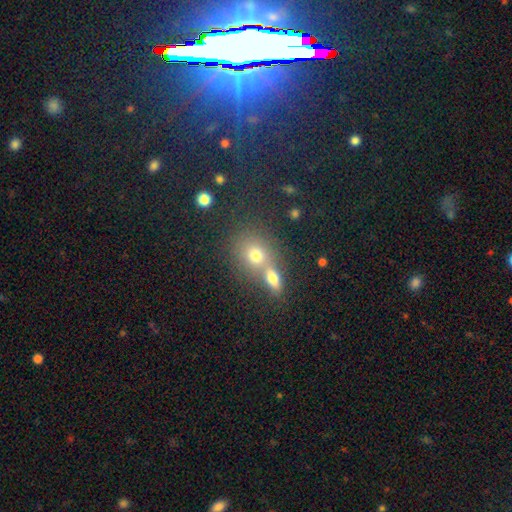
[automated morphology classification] Overall: smooth (70%). How rounded: round (65%; in between 33%). Merging: merger (47%; none 41%).